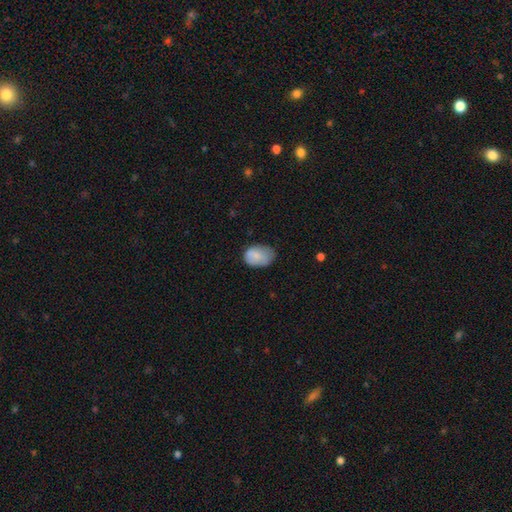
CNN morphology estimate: Smooth or featured?
  - smooth: 82% *
  - featured or disk: 11%
  - star or artifact: 8%
How rounded?
  - in between: 82% *
  - round: 17%
  - cigar-shaped: 1%
Merging?
  - none: 51% *
  - minor disturbance: 37%
  - major disturbance: 10%
  - merger: 2%